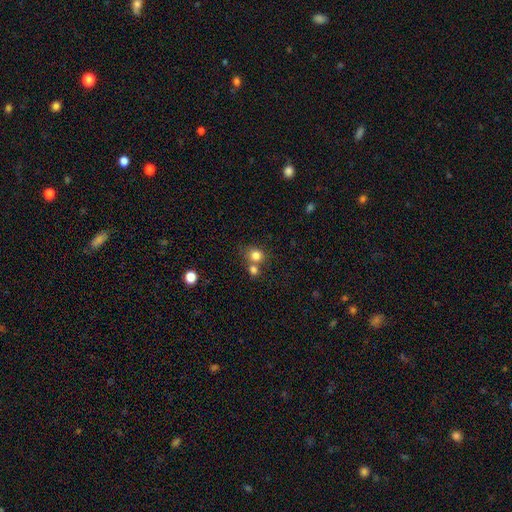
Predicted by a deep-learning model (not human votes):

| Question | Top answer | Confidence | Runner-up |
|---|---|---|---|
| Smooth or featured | smooth | 81% | star or artifact (12%) |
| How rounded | round | 76% | in between (23%) |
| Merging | none | 52% | merger (34%) |